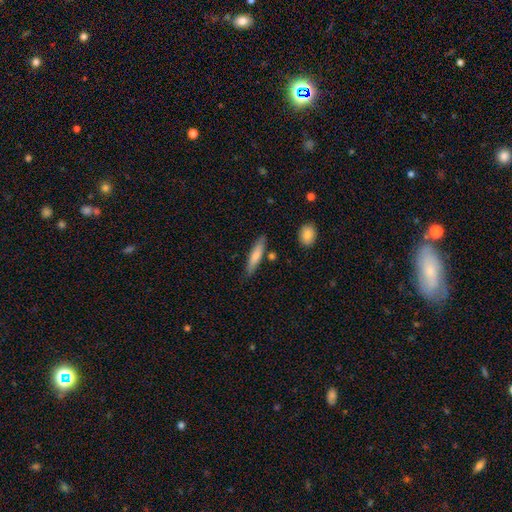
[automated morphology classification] smooth_or_featured: smooth (p=0.75) [alt: featured or disk p=0.19]
how_rounded: cigar-shaped (p=0.83) [alt: in between p=0.15]
merging: none (p=0.81) [alt: minor disturbance p=0.12]